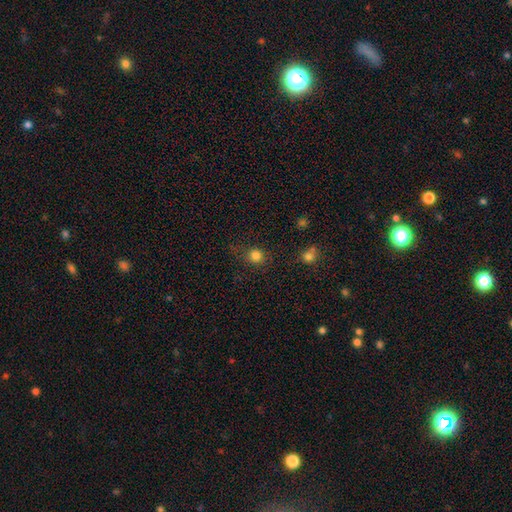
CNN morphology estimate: A smooth galaxy with no disk features (82%) that is round (89%).

Vote fractions:
- Smooth or featured? smooth: 82% / star or artifact: 14% / featured or disk: 4%
- How rounded? round: 89% / in between: 10% / cigar-shaped: 1%
- Merging? none: 78% / minor disturbance: 13% / major disturbance: 6% / merger: 3%